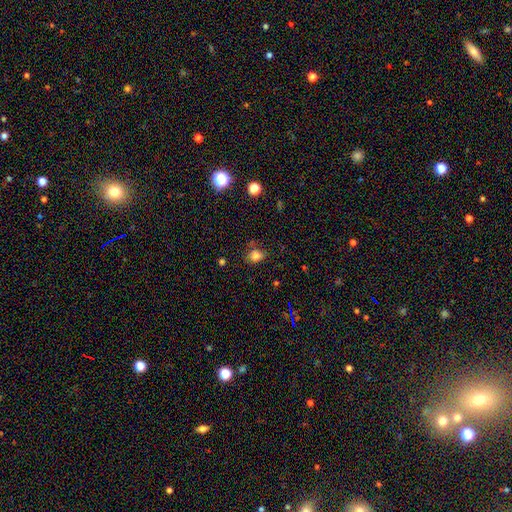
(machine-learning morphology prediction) smooth_or_featured: smooth (p=0.80) [alt: star or artifact p=0.13]
how_rounded: round (p=0.50) [alt: in between p=0.49]
merging: none (p=0.67) [alt: minor disturbance p=0.22]